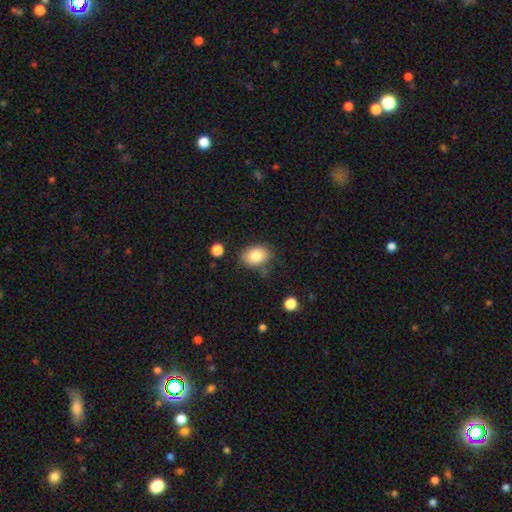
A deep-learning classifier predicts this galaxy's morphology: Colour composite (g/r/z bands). It shows a smooth galaxy with no disk features (82%) that is in between round and cigar-shaped (76%). Merging: none (77%).